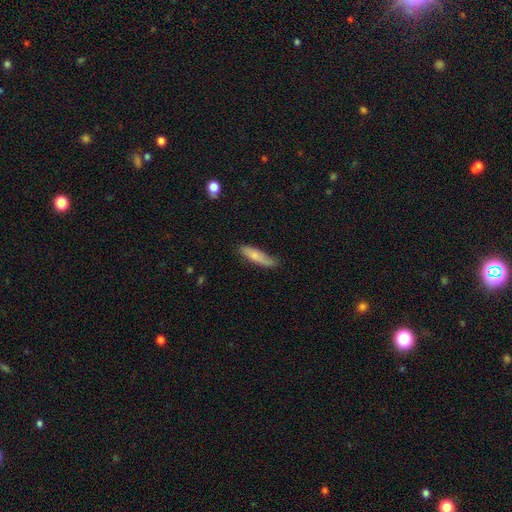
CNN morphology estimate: The model was most divided on "merging": none: 67%, minor disturbance: 27%, major disturbance: 5%, merger: 2%. More confident: smooth or featured — smooth (74%); how rounded — cigar-shaped (74%).